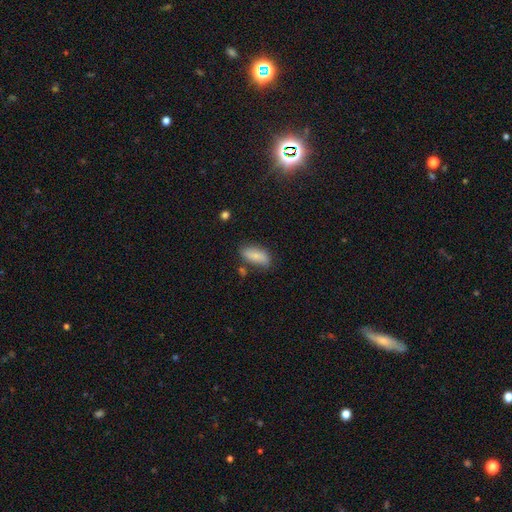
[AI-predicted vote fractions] smooth_or_featured: smooth (p=0.75) [alt: featured or disk p=0.18]
how_rounded: in between (p=0.83) [alt: cigar-shaped p=0.14]
merging: none (p=0.69) [alt: minor disturbance p=0.21]